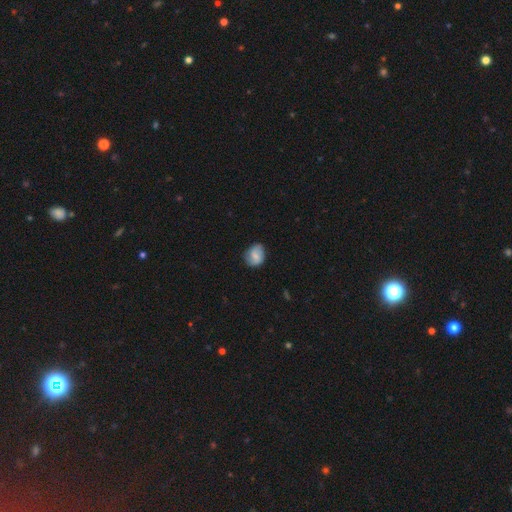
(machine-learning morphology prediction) Overall: smooth (57%; featured or disk 36%). How rounded: round (58%; in between 41%). Merging: none (75%).